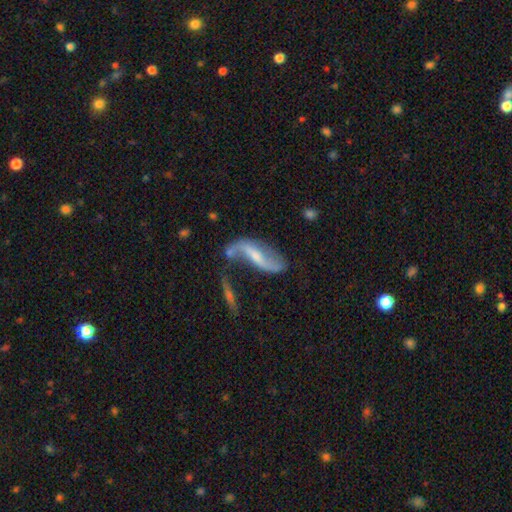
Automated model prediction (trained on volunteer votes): A featured or disk galaxy (78%) with a weak bar (38%), 2 (88%) loose (87%) spiral arms (89%) and a small central bulge (46%).

Vote fractions:
- Smooth or featured? featured or disk: 78% / smooth: 16% / star or artifact: 7%
- Edge-on disk? no: 89% / yes: 11%
- Bar? weak: 38% / strong: 31% / no: 31%
- Spiral arms? yes: 89% / no: 11%
- Spiral winding? loose: 87% / medium: 10% / tight: 4%
- Spiral arm count? 2: 88% / 1: 6% / can't tell: 3% / 3: 1% / 4: 1% / more than 4: 1%
- Bulge size? small: 46% / moderate: 31% / none: 17% / large: 4% / dominant: 1%
- Merging? none: 48% / minor disturbance: 20% / major disturbance: 16% / merger: 16%